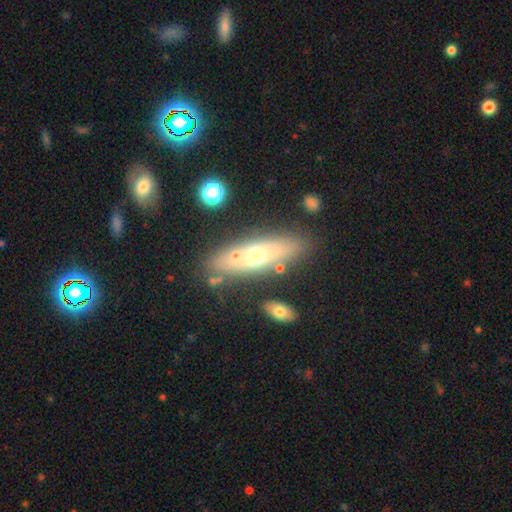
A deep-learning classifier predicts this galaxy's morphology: Q: Smooth or featured?
A: featured or disk (48%); runner-up: smooth (43%)
Q: Merging?
A: none (76%); runner-up: minor disturbance (13%)